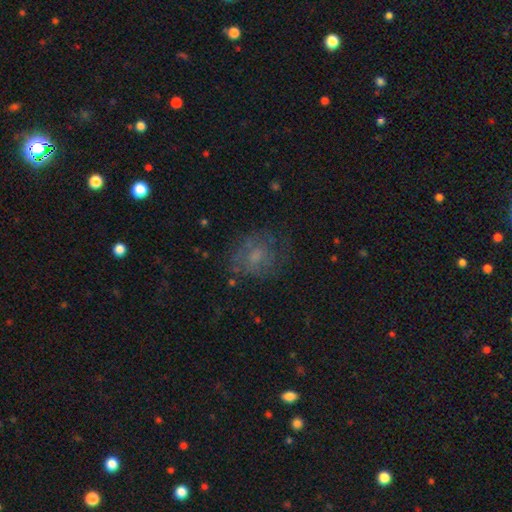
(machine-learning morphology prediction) This is possibly a smooth galaxy (49%). Merging: possibly none (59%).